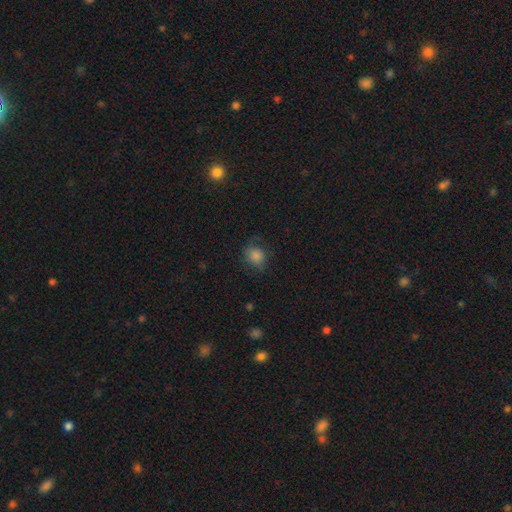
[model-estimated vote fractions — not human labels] This is likely a smooth galaxy (76%). How rounded: likely round (70%). Merging: likely none (68%).